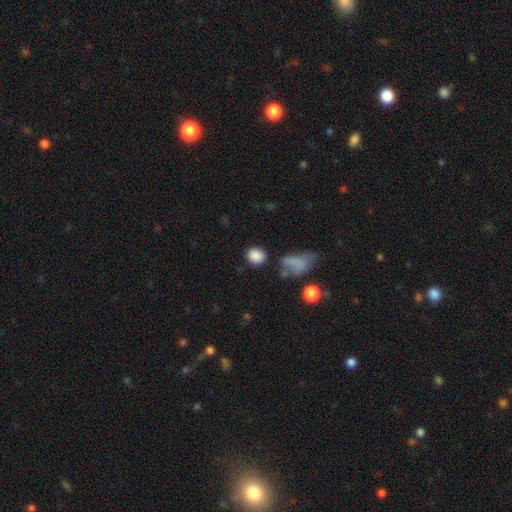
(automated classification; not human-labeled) The model was most divided on "how rounded": round: 67%, in between: 32%, cigar-shaped: 2%. More confident: smooth or featured — smooth (86%); merging — none (76%).